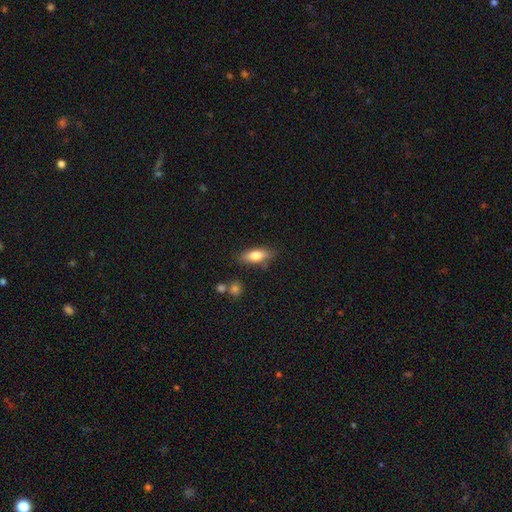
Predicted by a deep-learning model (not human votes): smooth-or-featured: smooth: 73% | featured or disk: 19% | star or artifact: 7%
  how-rounded: in between: 71% | cigar-shaped: 26% | round: 3%
  merging: none: 76% | minor disturbance: 17% | merger: 4% | major disturbance: 4%